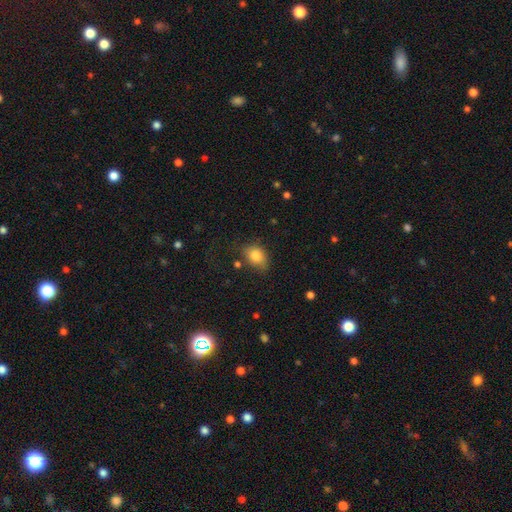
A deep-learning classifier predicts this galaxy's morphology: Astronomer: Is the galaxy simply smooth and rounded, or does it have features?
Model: smooth — 82%.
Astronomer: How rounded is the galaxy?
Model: in between — 70%.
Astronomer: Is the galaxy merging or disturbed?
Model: none — 65%.